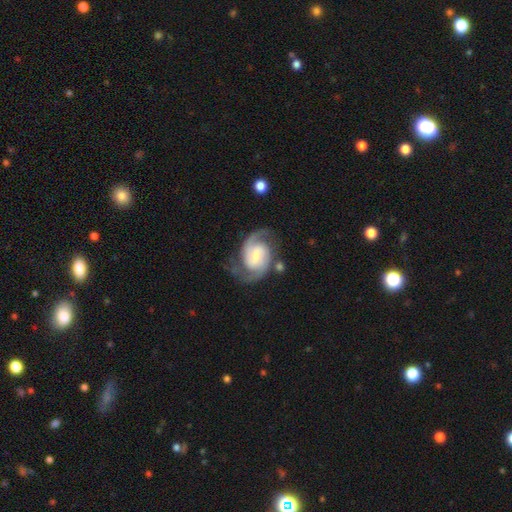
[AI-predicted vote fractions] A featured or disk galaxy (88%) with a weak bar (52%), 2 (90%) medium (54%) spiral arms (98%) and a small central bulge (44%). Merging: none (71%).